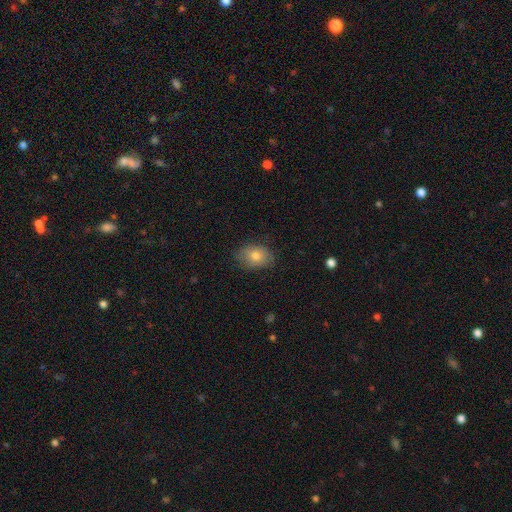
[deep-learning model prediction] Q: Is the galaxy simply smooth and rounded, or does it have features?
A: smooth — 77%.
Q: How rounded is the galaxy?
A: in between — 73%.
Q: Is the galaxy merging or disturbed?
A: none — 79%.